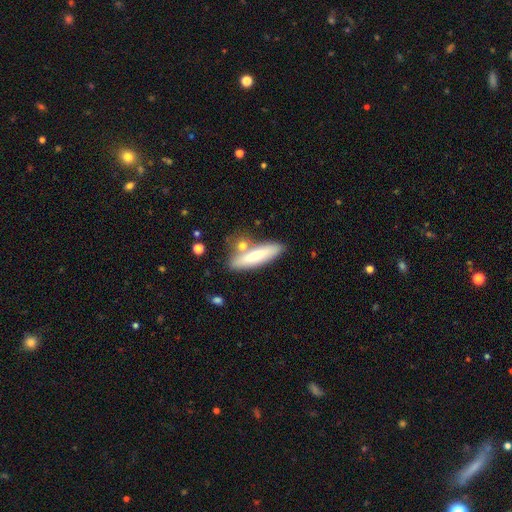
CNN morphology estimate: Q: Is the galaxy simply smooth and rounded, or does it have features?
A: smooth — 64%.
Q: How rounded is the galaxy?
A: cigar-shaped — 71%.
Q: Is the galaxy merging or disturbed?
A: none — 69%.